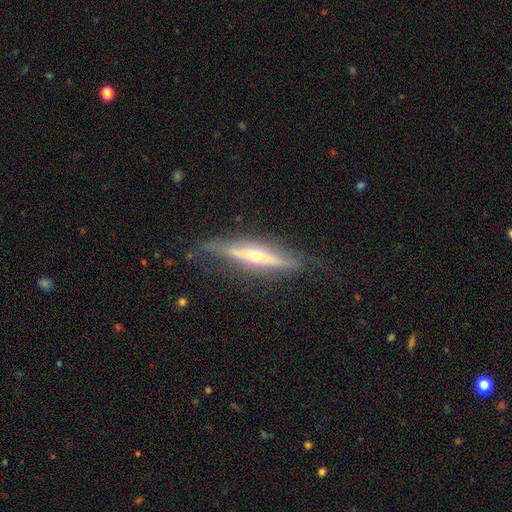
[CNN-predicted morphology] Overall: featured or disk (73%). Edge-on disk: yes (88%). Edge-on bulge: rounded (87%). Merging: none (70%).